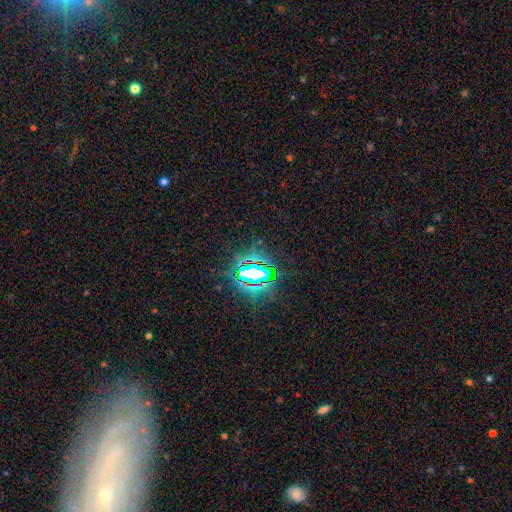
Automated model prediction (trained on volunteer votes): This appears to be a star or artifact, not a galaxy (73%).